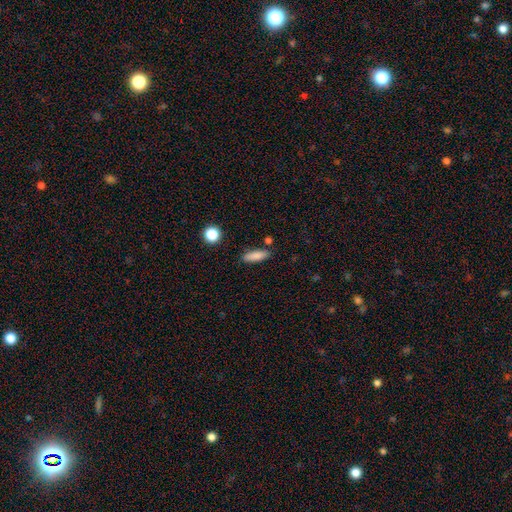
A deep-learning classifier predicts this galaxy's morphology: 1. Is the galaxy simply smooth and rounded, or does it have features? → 84% smooth, 8% featured or disk, 8% star or artifact.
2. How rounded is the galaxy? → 53% in between, 44% cigar-shaped, 3% round.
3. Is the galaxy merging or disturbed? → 83% none, 10% minor disturbance, 4% merger, 2% major disturbance.